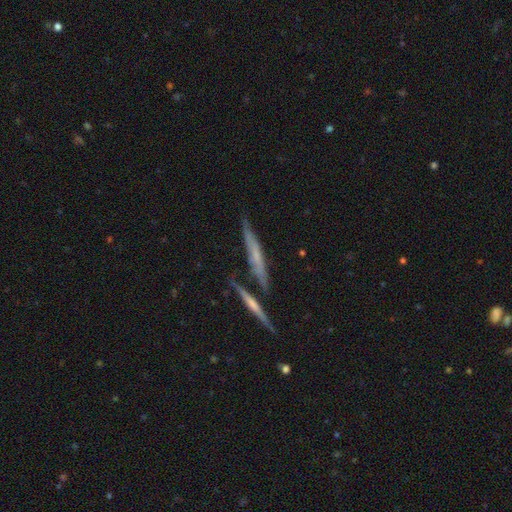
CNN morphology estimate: Smooth or featured?
  - featured or disk: 64% *
  - smooth: 27%
  - star or artifact: 9%
Edge-on disk?
  - yes: 90% *
  - no: 10%
Edge-on bulge?
  - none: 57% *
  - rounded: 33%
  - boxy: 10%
Merging?
  - none: 67% *
  - merger: 18%
  - minor disturbance: 12%
  - major disturbance: 4%